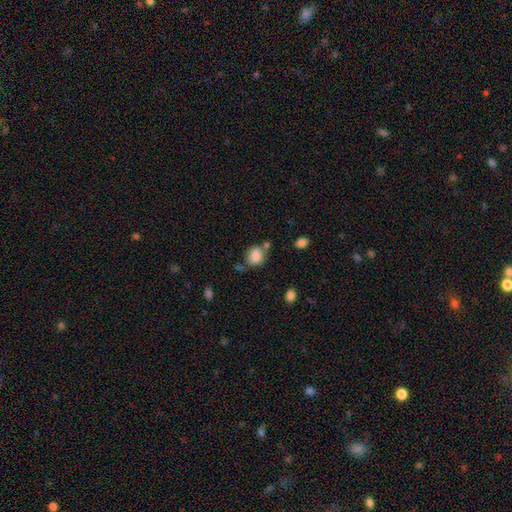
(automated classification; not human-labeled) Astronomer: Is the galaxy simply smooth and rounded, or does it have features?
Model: smooth — 82%.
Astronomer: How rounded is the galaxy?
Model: round — 61% (runner-up: in between, 38%).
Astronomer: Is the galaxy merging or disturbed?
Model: none — 60%.